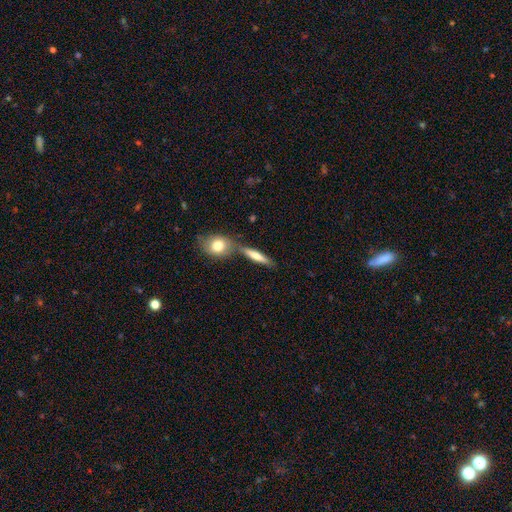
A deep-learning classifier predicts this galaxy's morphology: Q: Smooth or featured?
A: smooth (70%); runner-up: featured or disk (24%)
Q: How rounded?
A: cigar-shaped (72%); runner-up: in between (23%)
Q: Merging?
A: none (64%); runner-up: merger (21%)